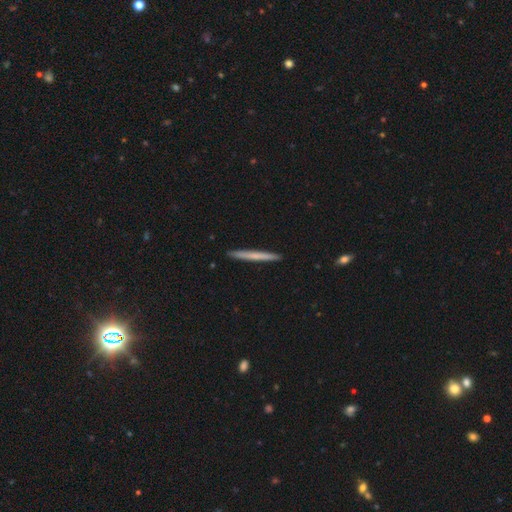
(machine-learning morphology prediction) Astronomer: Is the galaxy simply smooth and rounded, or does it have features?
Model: smooth — 59% (runner-up: featured or disk, 36%).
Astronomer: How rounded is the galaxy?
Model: cigar-shaped — 97%.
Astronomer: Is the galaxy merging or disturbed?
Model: none — 92%.